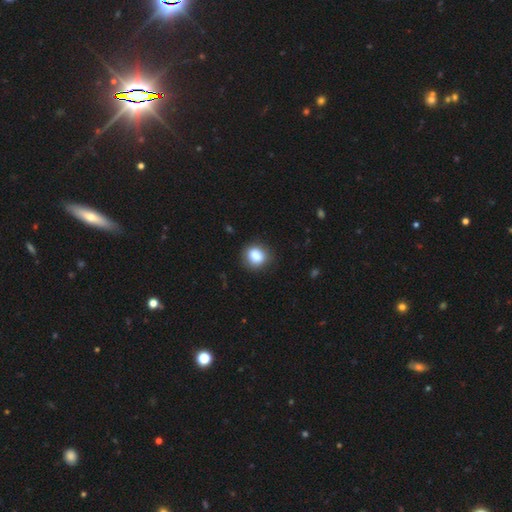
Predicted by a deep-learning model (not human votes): This is clearly a smooth galaxy (84%). How rounded: likely round (64%). Merging: clearly none (83%).